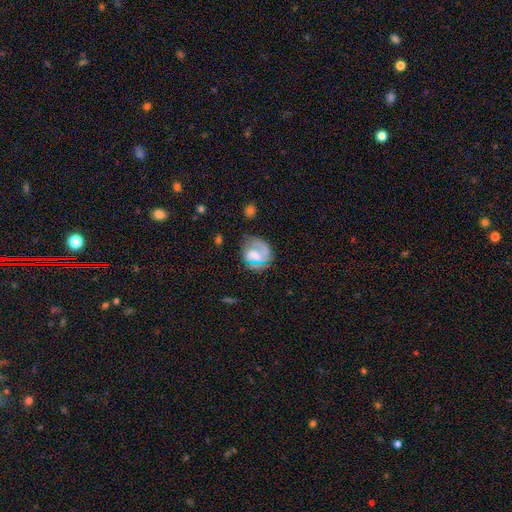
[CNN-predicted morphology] This appears to be a featured or disk galaxy (45%). Merging: none (54%).